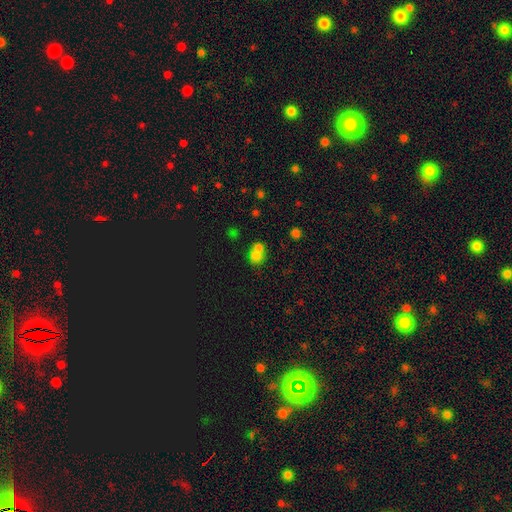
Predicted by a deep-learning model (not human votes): Smooth or featured? Predicted: smooth (p=0.69). How rounded? Predicted: in between (p=0.52). Merging? Predicted: merger (p=0.44).